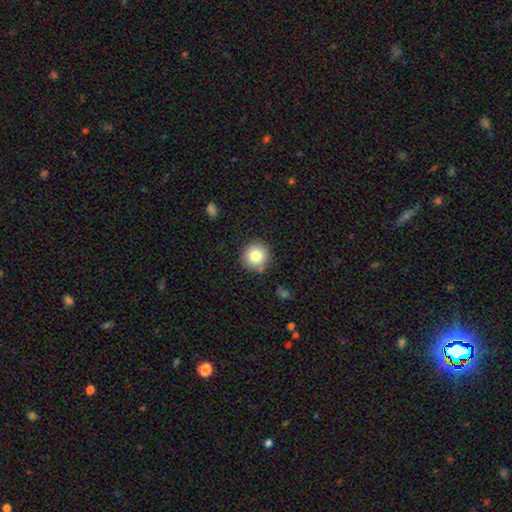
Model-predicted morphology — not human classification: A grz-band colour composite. It shows a smooth galaxy with no disk features (82%) that is round (94%). Merging: none (86%).